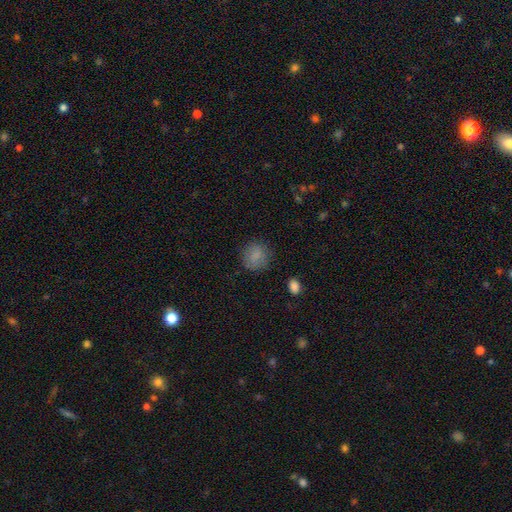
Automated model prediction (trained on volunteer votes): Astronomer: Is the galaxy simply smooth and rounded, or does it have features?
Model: smooth — 83%.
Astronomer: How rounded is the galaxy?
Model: round — 79%.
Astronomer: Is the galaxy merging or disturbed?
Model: none — 80%.